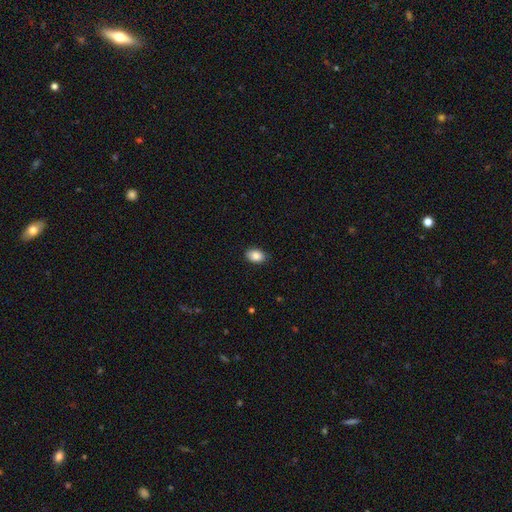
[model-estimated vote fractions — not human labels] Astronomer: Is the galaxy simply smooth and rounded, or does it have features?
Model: smooth — 87%.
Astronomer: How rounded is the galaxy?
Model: in between — 86%.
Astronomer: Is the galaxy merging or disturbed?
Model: none — 87%.